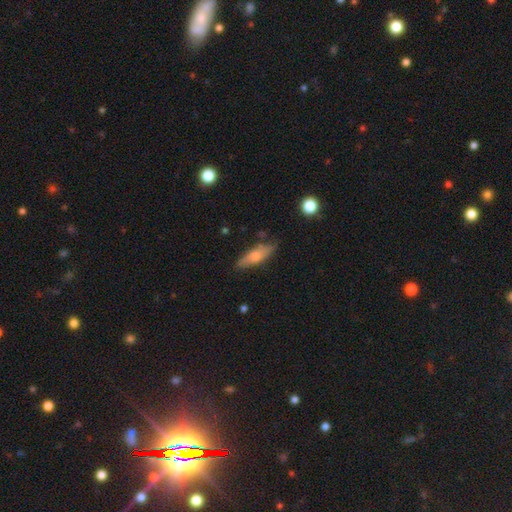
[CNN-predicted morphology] Smooth or featured? smooth (63%)
How rounded? cigar-shaped (51%)
Merging? none (74%)